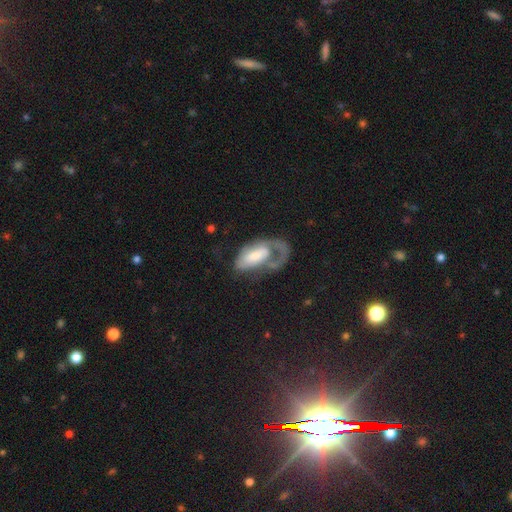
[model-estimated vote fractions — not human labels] Q: Smooth or featured?
A: featured or disk (57%); runner-up: smooth (36%)
Q: Edge-on disk?
A: no (93%); runner-up: yes (7%)
Q: Bar?
A: no (55%); runner-up: weak (30%)
Q: Spiral arms?
A: yes (67%); runner-up: no (33%)
Q: Bulge size?
A: moderate (33%); runner-up: small (25%)
Q: Merging?
A: major disturbance (54%); runner-up: none (24%)